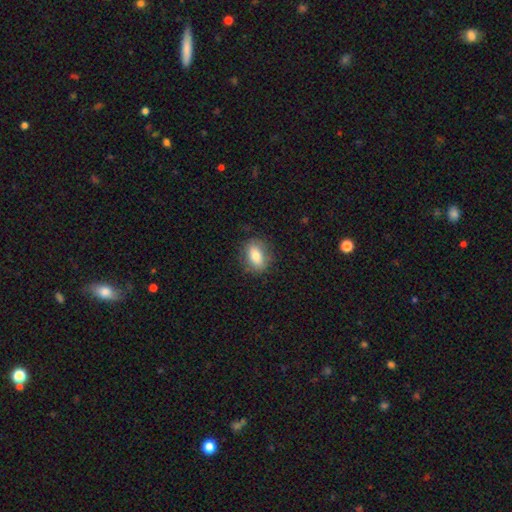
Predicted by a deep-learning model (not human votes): The model was most divided on "how rounded": in between: 76%, round: 21%, cigar-shaped: 3%. More confident: merging — none (83%); smooth or featured — smooth (78%).